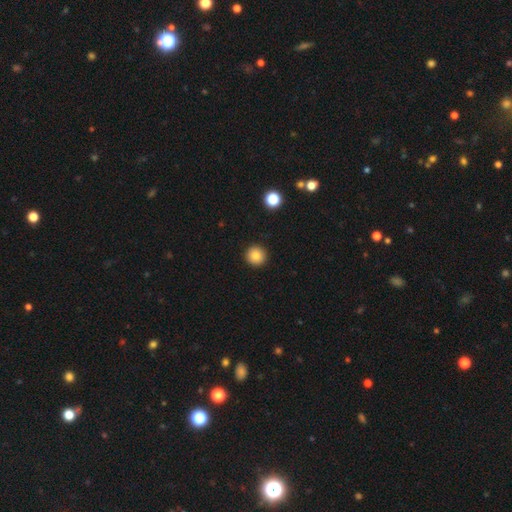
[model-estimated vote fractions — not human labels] Q: Smooth or featured?
A: smooth (84%); runner-up: star or artifact (10%)
Q: How rounded?
A: round (95%); runner-up: in between (4%)
Q: Merging?
A: none (93%); runner-up: minor disturbance (5%)